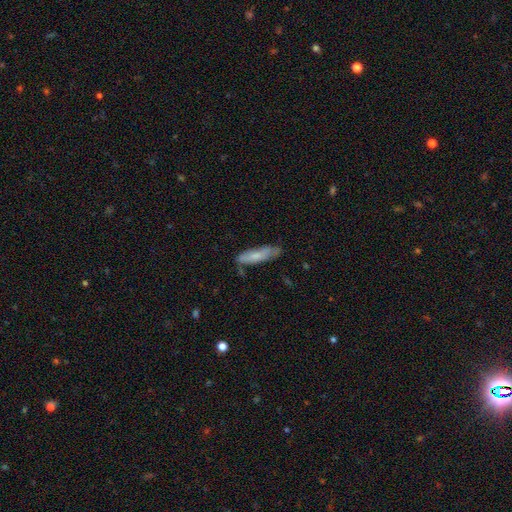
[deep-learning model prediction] This appears to be a smooth galaxy with no disk features (70%) that is cigar-shaped (72%). Merging: none (67%).